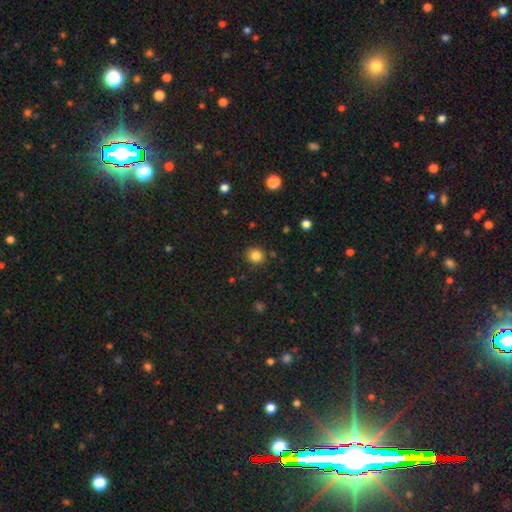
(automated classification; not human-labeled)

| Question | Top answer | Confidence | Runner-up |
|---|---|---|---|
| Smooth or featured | smooth | 84% | star or artifact (12%) |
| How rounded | round | 83% | in between (16%) |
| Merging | none | 87% | minor disturbance (8%) |